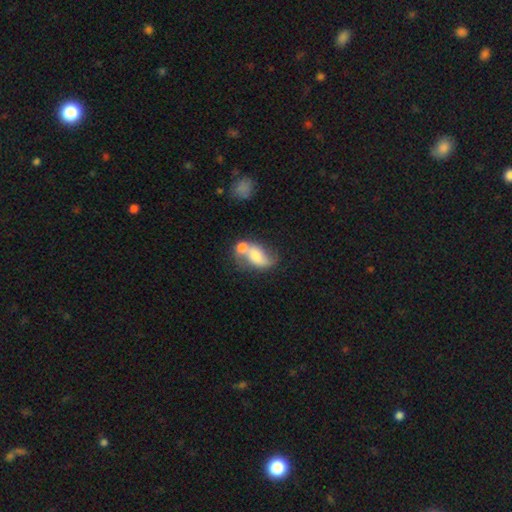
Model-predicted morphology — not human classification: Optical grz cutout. It shows a smooth galaxy with no disk features (47%). Merging: merger (56%).